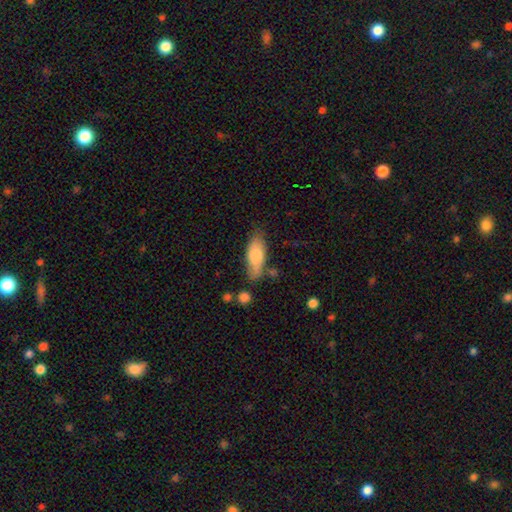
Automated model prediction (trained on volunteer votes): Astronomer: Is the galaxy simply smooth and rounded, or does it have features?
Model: smooth — 74%.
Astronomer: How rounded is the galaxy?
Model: in between — 74%.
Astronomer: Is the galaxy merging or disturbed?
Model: none — 69%.